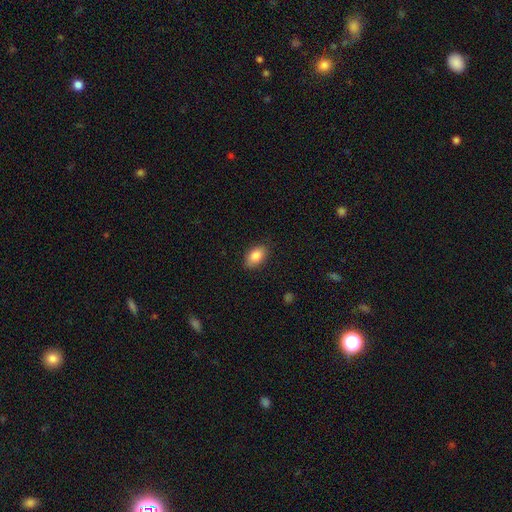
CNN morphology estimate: A smooth galaxy with no disk features (84%) that is in between round and cigar-shaped (89%). Merging: none (85%).